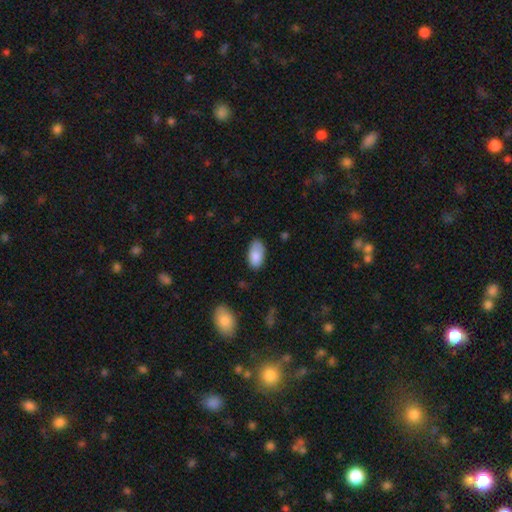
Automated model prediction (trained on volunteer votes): smooth-or-featured: smooth: 85% | featured or disk: 9% | star or artifact: 7%
  how-rounded: in between: 95% | round: 3% | cigar-shaped: 2%
  merging: none: 71% | minor disturbance: 22% | major disturbance: 4% | merger: 2%